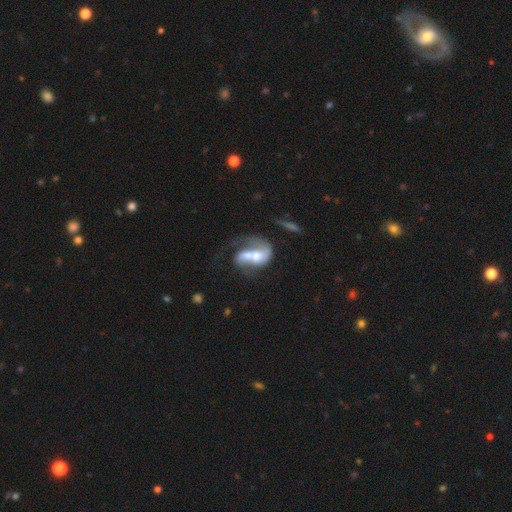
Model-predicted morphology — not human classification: Smooth or featured?
  - featured or disk: 62% *
  - smooth: 31%
  - star or artifact: 7%
Edge-on disk?
  - no: 96% *
  - yes: 4%
Bar?
  - no: 62% *
  - weak: 27%
  - strong: 11%
Spiral arms?
  - yes: 69% *
  - no: 31%
Bulge size?
  - moderate: 59% *
  - small: 19%
  - large: 14%
  - none: 5%
  - dominant: 2%
Merging?
  - merger: 65% *
  - major disturbance: 15%
  - none: 13%
  - minor disturbance: 7%